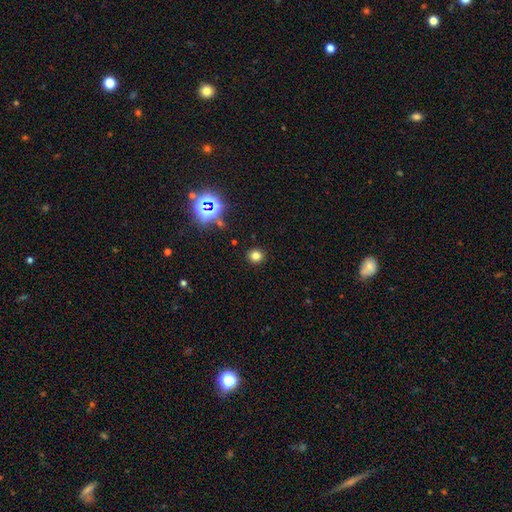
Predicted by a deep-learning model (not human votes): smooth-or-featured: smooth: 77% | star or artifact: 17% | featured or disk: 6%
  how-rounded: round: 84% | in between: 15% | cigar-shaped: 1%
  merging: none: 90% | minor disturbance: 6% | major disturbance: 2% | merger: 1%